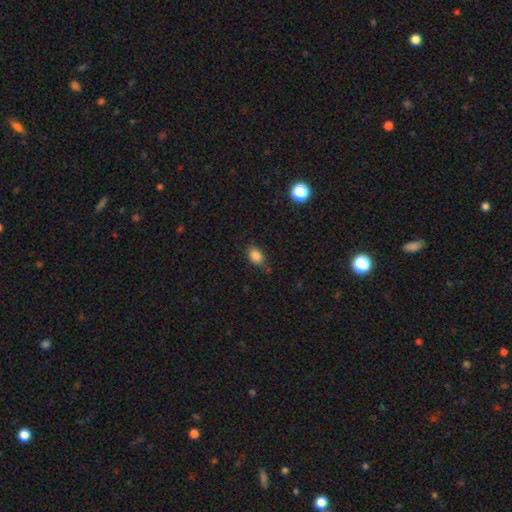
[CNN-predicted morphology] Q: Smooth or featured?
A: smooth (85%); runner-up: star or artifact (10%)
Q: How rounded?
A: in between (76%); runner-up: round (22%)
Q: Merging?
A: none (72%); runner-up: minor disturbance (20%)